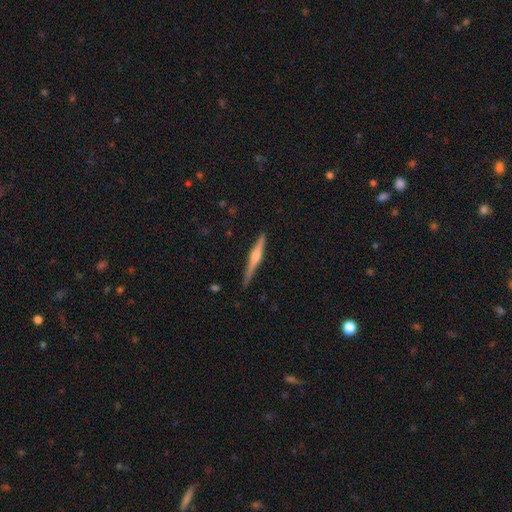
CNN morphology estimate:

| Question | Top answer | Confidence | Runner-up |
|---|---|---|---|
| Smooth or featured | featured or disk | 73% | smooth (21%) |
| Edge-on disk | yes | 98% | no (2%) |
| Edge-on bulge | rounded | 85% | boxy (9%) |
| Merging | none | 86% | minor disturbance (11%) |